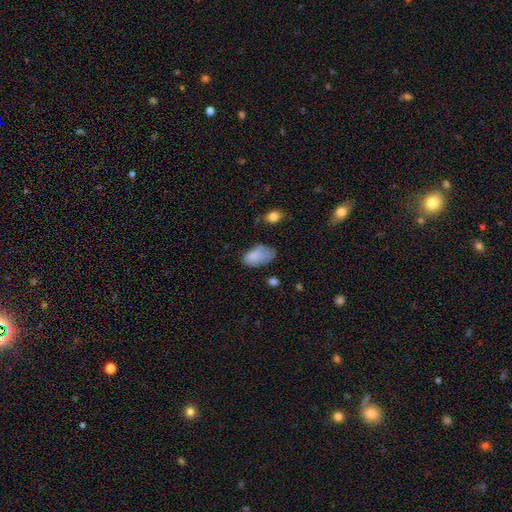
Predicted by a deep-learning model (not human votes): smooth-or-featured: smooth: 78% | featured or disk: 13% | star or artifact: 9%
  how-rounded: in between: 93% | round: 5% | cigar-shaped: 2%
  merging: none: 41% | minor disturbance: 36% | major disturbance: 18% | merger: 5%